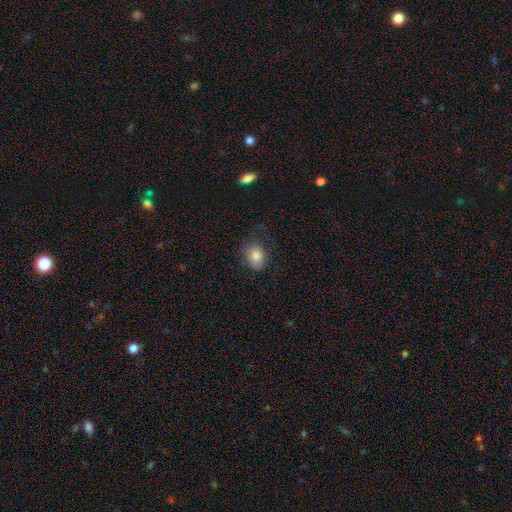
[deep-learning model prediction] smooth-or-featured: smooth: 82% | star or artifact: 9% | featured or disk: 8%
  how-rounded: in between: 56% | round: 43% | cigar-shaped: 1%
  merging: none: 67% | minor disturbance: 23% | major disturbance: 8% | merger: 1%